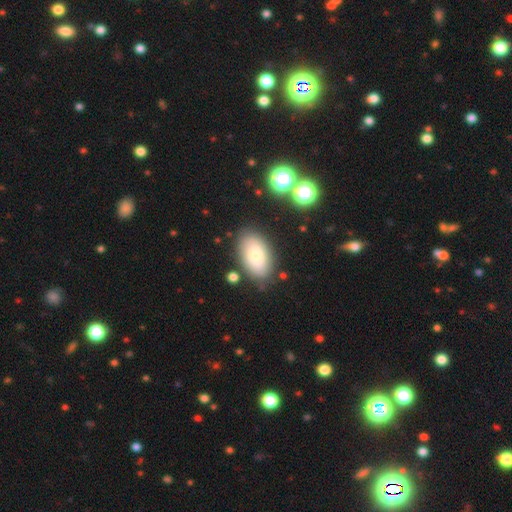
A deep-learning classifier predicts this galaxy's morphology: The model was most divided on "smooth or featured": smooth: 75%, featured or disk: 17%, star or artifact: 8%. More confident: how rounded — in between (92%); merging — none (79%).